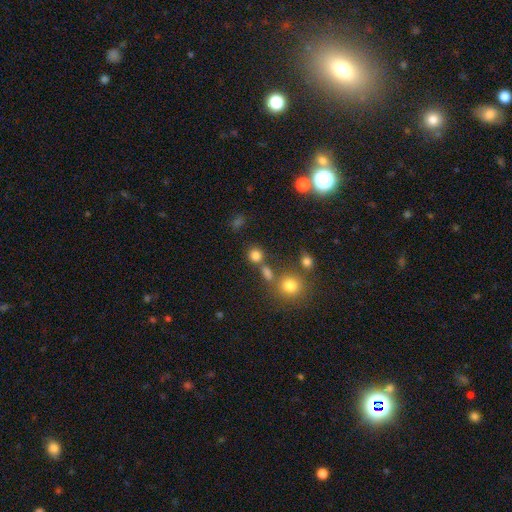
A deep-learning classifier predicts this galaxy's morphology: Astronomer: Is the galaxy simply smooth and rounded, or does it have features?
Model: smooth — 78%.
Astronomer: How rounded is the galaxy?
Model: round — 85%.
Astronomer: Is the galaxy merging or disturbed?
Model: none — 67%.